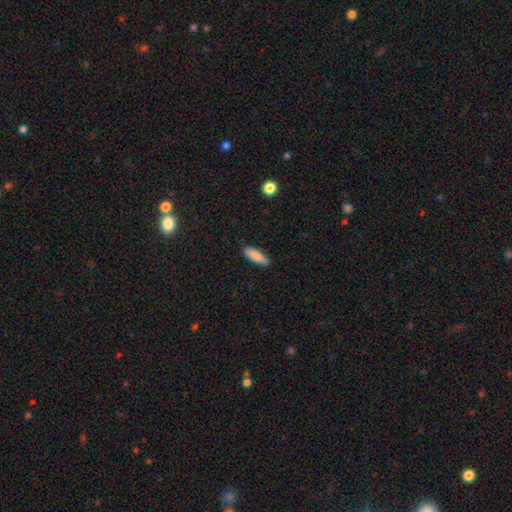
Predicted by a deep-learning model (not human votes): Smooth or featured?
  - smooth: 86% *
  - featured or disk: 8%
  - star or artifact: 6%
How rounded?
  - cigar-shaped: 50% *
  - in between: 48%
  - round: 2%
Merging?
  - none: 85% *
  - minor disturbance: 12%
  - major disturbance: 2%
  - merger: 1%